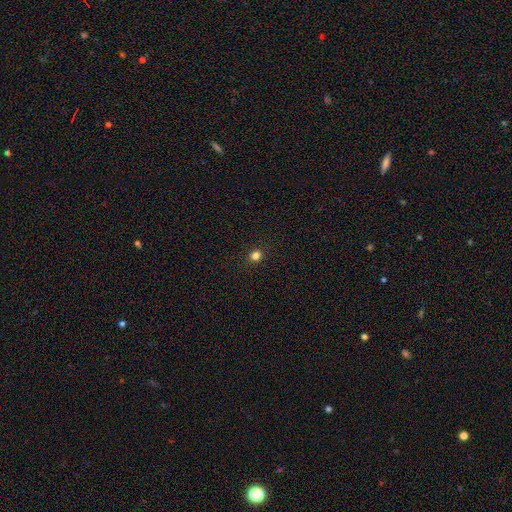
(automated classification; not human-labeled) Smooth or featured?
  - smooth: 81% *
  - star or artifact: 15%
  - featured or disk: 4%
How rounded?
  - round: 85% *
  - in between: 14%
  - cigar-shaped: 1%
Merging?
  - none: 91% *
  - minor disturbance: 6%
  - major disturbance: 2%
  - merger: 1%